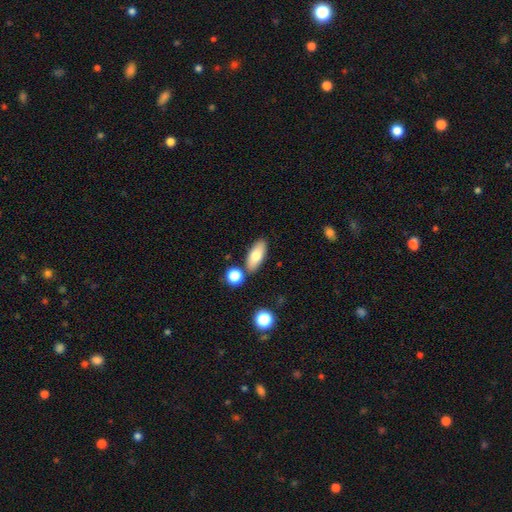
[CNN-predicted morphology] The model was most divided on "smooth or featured": smooth: 76%, featured or disk: 17%, star or artifact: 7%. More confident: merging — none (81%); how rounded — in between (78%).